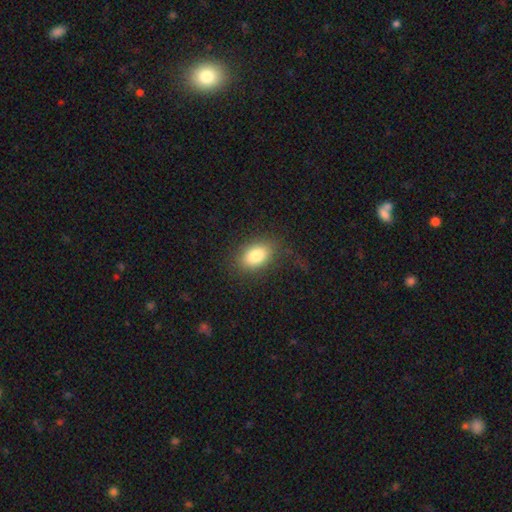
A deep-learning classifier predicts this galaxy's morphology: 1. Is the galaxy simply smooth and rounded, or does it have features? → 82% smooth, 10% featured or disk, 8% star or artifact.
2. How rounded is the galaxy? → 86% in between, 12% round, 2% cigar-shaped.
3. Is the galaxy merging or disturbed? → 79% none, 13% minor disturbance, 7% major disturbance, 1% merger.